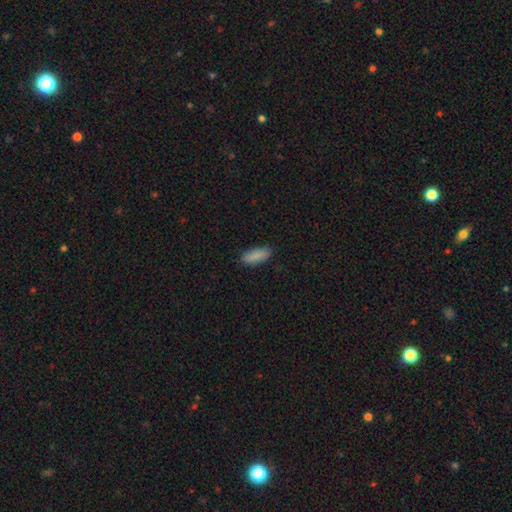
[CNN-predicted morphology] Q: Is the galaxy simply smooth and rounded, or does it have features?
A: smooth — 88%.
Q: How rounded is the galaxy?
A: in between — 73%.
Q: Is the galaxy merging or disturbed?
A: none — 84%.